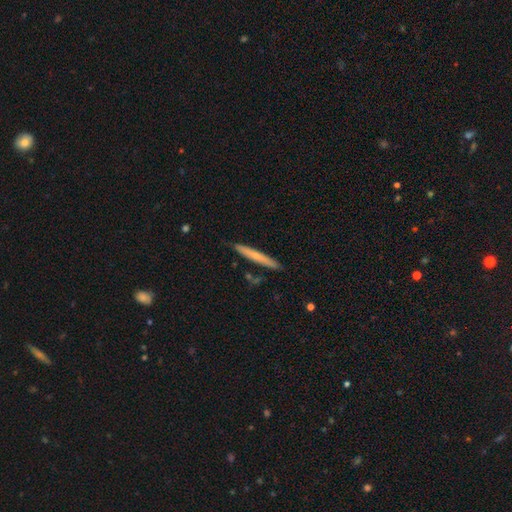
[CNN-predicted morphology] Smooth or featured: smooth — 56% (featured or disk — 38%)
How rounded: cigar-shaped — 96% (in between — 3%)
Merging: none — 87% (minor disturbance — 9%)